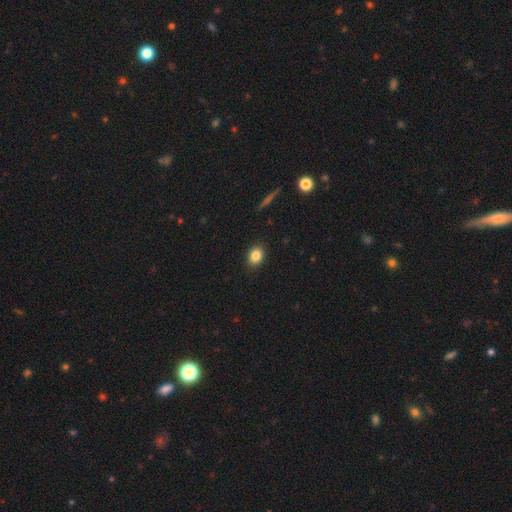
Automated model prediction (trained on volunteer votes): Overall: smooth (84%). How rounded: in between (64%; round 34%). Merging: none (89%).